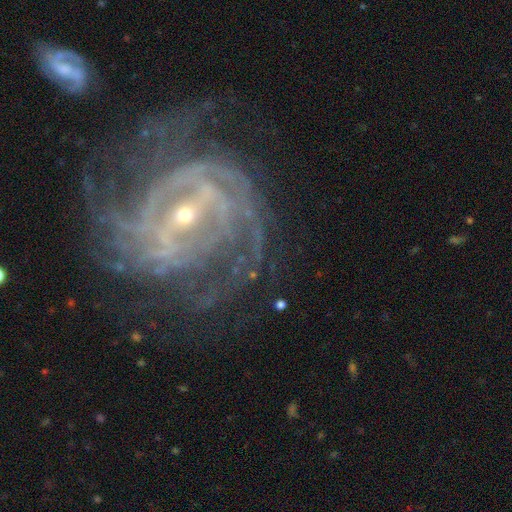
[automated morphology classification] smooth-or-featured: featured or disk: 91% | star or artifact: 6% | smooth: 3%
  disk-edge-on: no: 97% | yes: 3%
    bar: strong: 58% | weak: 31% | no: 11%
    has-spiral-arms: yes: 97% | no: 3%
      spiral-winding: tight: 62% | medium: 31% | loose: 7%
      spiral-arm-count: can't tell: 24% | 2: 20% | 4: 19% | 3: 17% | more than 4: 11% | 1: 8%
    bulge-size: small: 71% | moderate: 26% | large: 1% | none: 1% | dominant: 1%
  merging: none: 65% | minor disturbance: 17% | major disturbance: 16% | merger: 3%